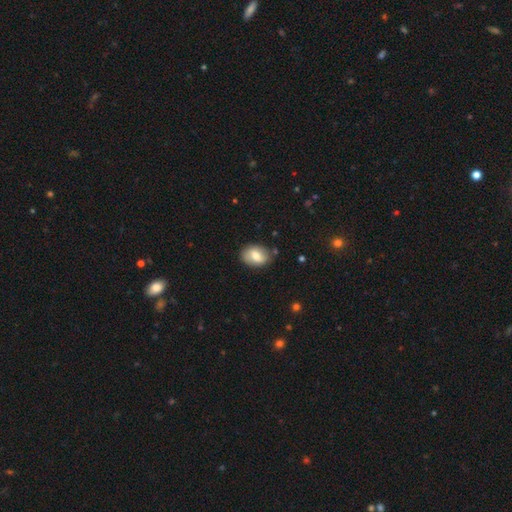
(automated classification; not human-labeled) Overall: smooth (70%). How rounded: in between (74%). Merging: none (80%).